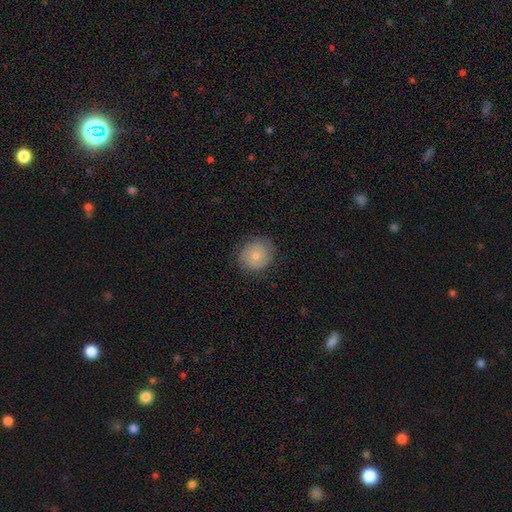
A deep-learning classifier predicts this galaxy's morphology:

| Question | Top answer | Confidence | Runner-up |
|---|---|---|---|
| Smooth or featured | smooth | 73% | featured or disk (19%) |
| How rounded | round | 82% | in between (17%) |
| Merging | none | 81% | minor disturbance (14%) |